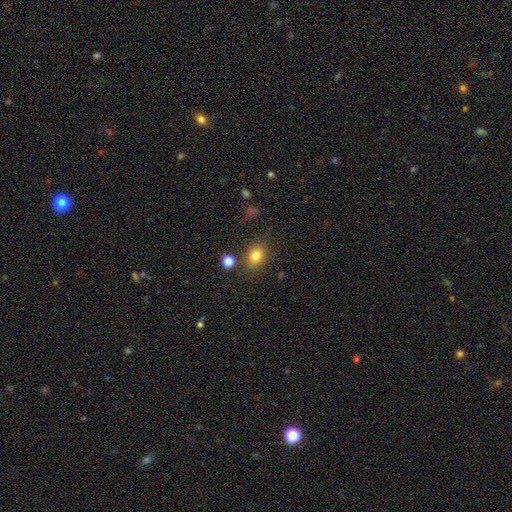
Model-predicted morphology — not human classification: Smooth or featured?
  - smooth: 81% *
  - star or artifact: 12%
  - featured or disk: 7%
How rounded?
  - in between: 52% *
  - round: 47%
  - cigar-shaped: 1%
Merging?
  - none: 79% *
  - minor disturbance: 11%
  - merger: 5%
  - major disturbance: 4%